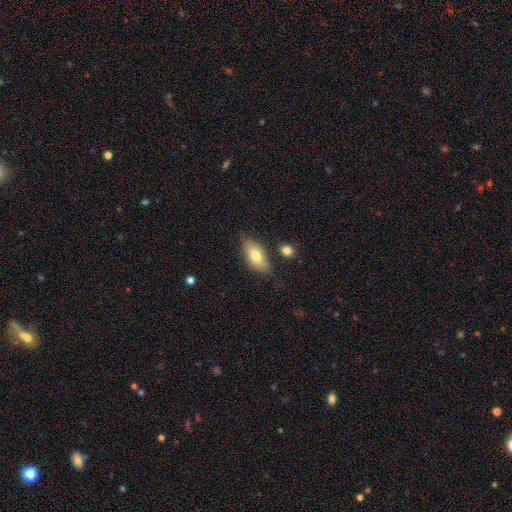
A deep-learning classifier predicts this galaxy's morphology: smooth 75%, featured or disk 18%, star or artifact 7%. Down the decision tree: how rounded — in between (84%); merging — none (76%).